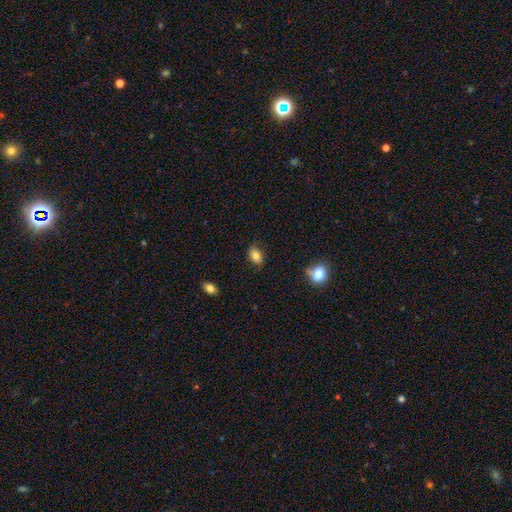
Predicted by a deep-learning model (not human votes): Morphology: type=smooth (81%); roundness=in between (81%); merging=none (76%).